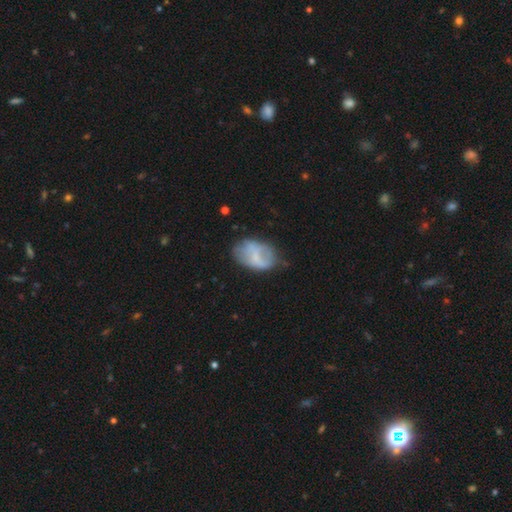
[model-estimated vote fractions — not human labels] Smooth or featured: smooth — 48% (featured or disk — 44%)
Merging: none — 53% (minor disturbance — 30%)